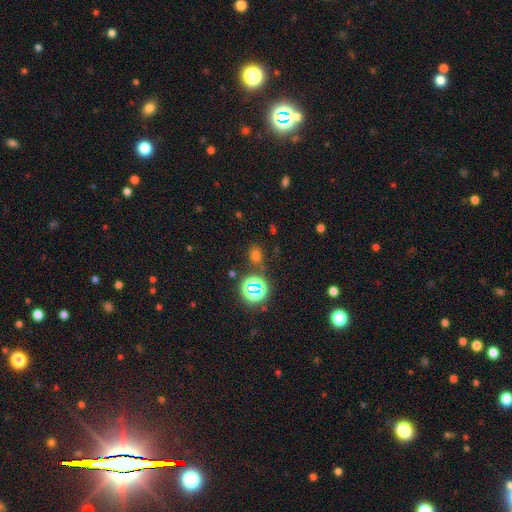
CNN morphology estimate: Smooth or featured? smooth (61%)
How rounded? in between (50%)
Merging? none (78%)